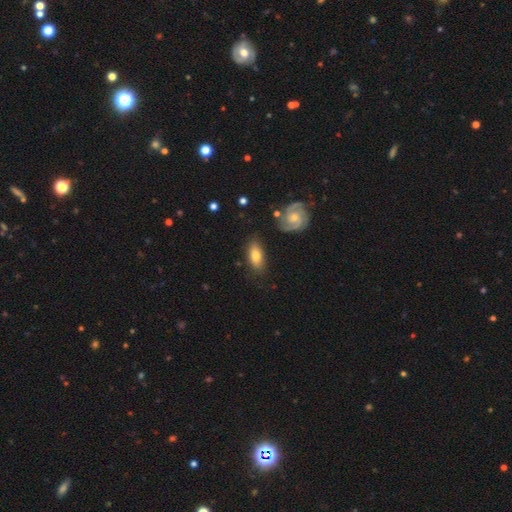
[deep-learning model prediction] Smooth or featured? smooth (69%)
How rounded? in between (83%)
Merging? none (78%)